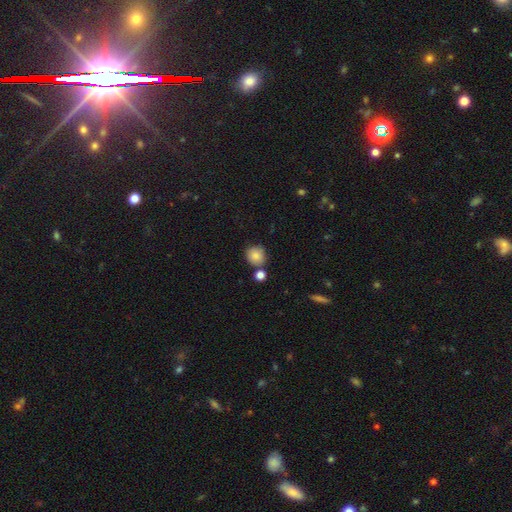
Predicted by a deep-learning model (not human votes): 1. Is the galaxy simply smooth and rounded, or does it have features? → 86% smooth, 9% star or artifact, 5% featured or disk.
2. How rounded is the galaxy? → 88% round, 11% in between, 1% cigar-shaped.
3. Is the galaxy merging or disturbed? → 74% none, 13% merger, 11% minor disturbance, 3% major disturbance.